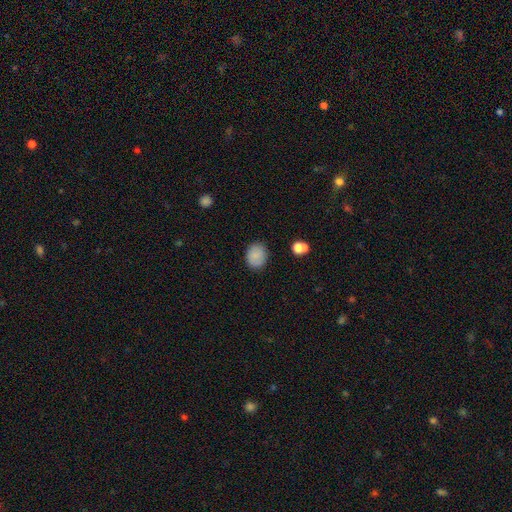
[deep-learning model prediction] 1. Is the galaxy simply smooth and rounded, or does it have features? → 85% smooth, 9% star or artifact, 6% featured or disk.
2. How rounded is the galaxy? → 58% round, 41% in between, 1% cigar-shaped.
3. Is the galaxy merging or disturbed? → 85% none, 10% minor disturbance, 3% major disturbance, 2% merger.